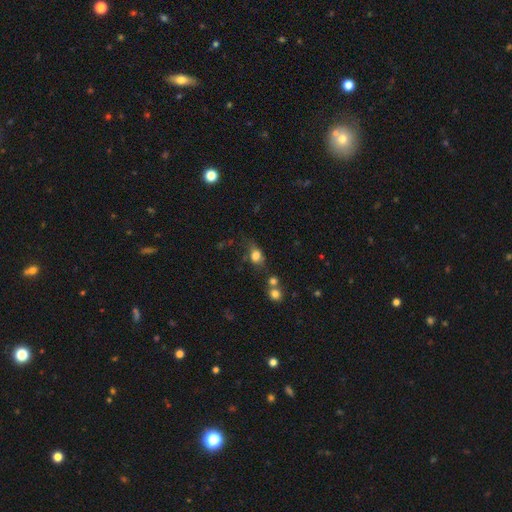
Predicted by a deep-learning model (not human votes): Q: Smooth or featured?
A: smooth (77%); runner-up: star or artifact (12%)
Q: How rounded?
A: in between (63%); runner-up: round (34%)
Q: Merging?
A: none (49%); runner-up: minor disturbance (25%)